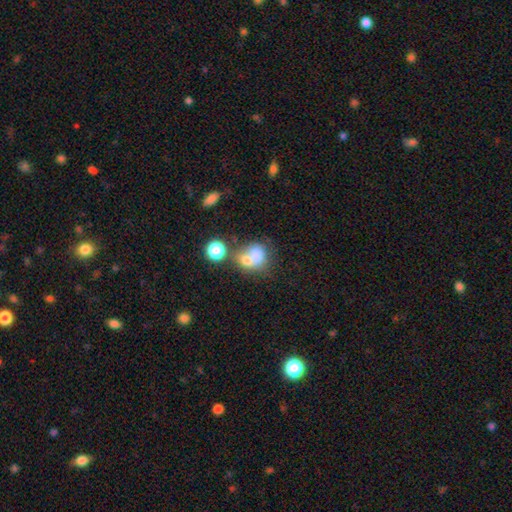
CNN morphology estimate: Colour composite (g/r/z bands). It shows a smooth galaxy with no disk features (69%) that is round (60%). Merging: merger (62%).